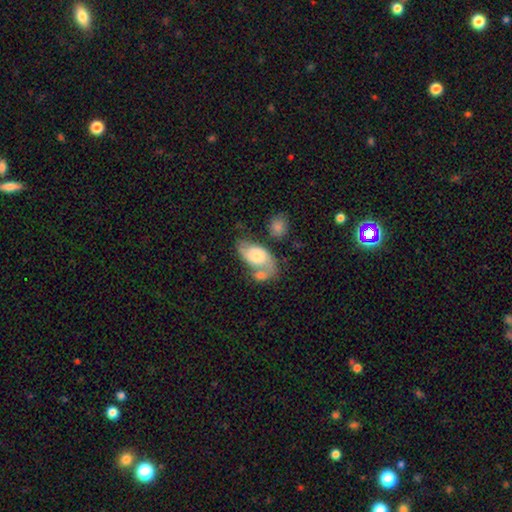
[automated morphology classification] Smooth or featured? Predicted: featured or disk (p=0.52). Edge-on disk? Predicted: no (p=0.94). Merging? Predicted: merger (p=0.36).